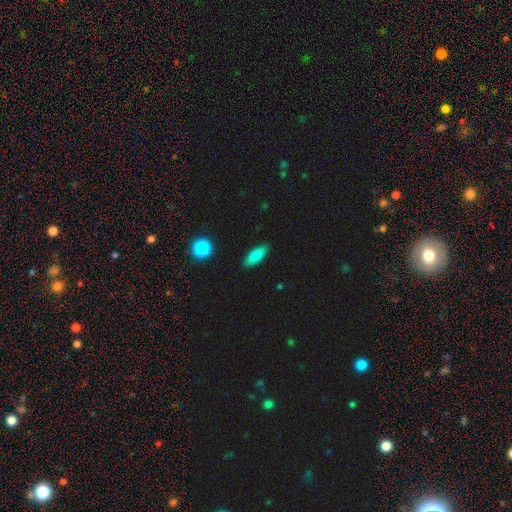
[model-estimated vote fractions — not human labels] A smooth galaxy with no disk features (78%) that is in between round and cigar-shaped (74%).

Vote fractions:
- Smooth or featured? smooth: 78% / featured or disk: 14% / star or artifact: 7%
- How rounded? in between: 74% / cigar-shaped: 23% / round: 3%
- Merging? none: 88% / minor disturbance: 8% / major disturbance: 2% / merger: 1%